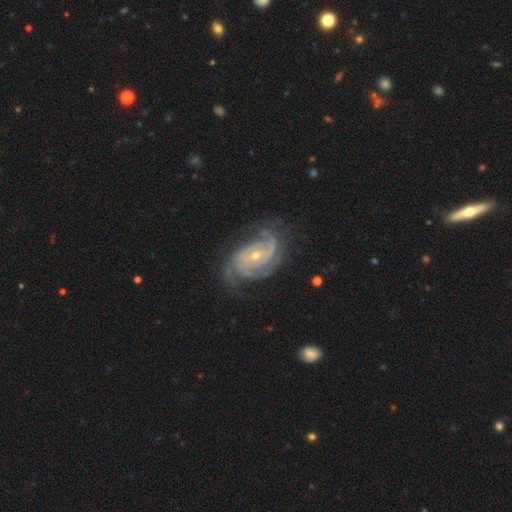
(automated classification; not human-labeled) Smooth or featured?
  - featured or disk: 92% *
  - star or artifact: 5%
  - smooth: 4%
Edge-on disk?
  - no: 97% *
  - yes: 3%
Bar?
  - no: 62% *
  - weak: 28%
  - strong: 10%
Spiral arms?
  - yes: 98% *
  - no: 2%
Spiral winding?
  - tight: 59% *
  - medium: 34%
  - loose: 6%
Spiral arm count?
  - 3: 37% *
  - 2: 28%
  - can't tell: 13%
  - 4: 11%
  - more than 4: 6%
  - 1: 5%
Bulge size?
  - small: 58% *
  - moderate: 39%
  - large: 1%
  - none: 1%
  - dominant: 1%
Merging?
  - none: 70% *
  - minor disturbance: 20%
  - major disturbance: 9%
  - merger: 1%